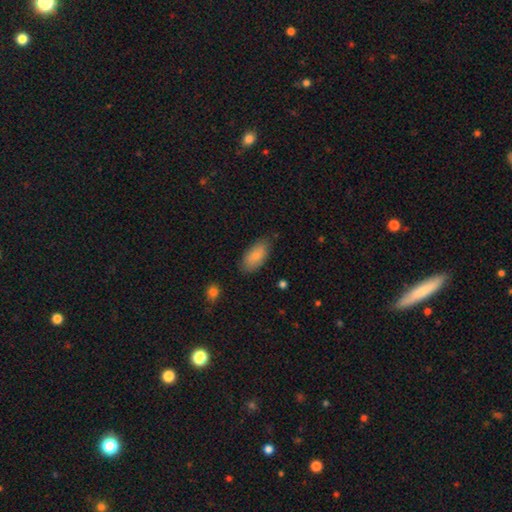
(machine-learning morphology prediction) The model was most divided on "merging": none: 77%, minor disturbance: 17%, major disturbance: 4%, merger: 2%. More confident: how rounded — in between (93%); smooth or featured — smooth (81%).